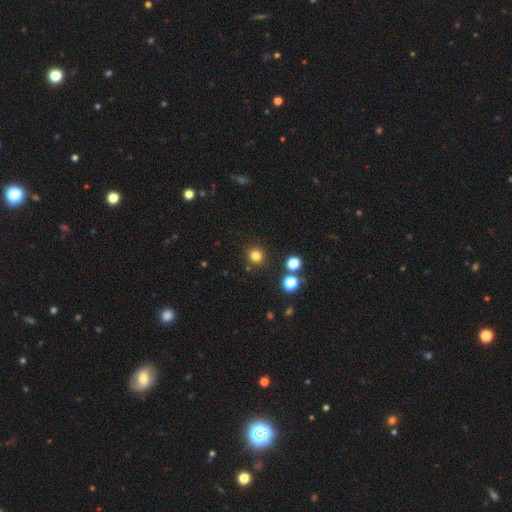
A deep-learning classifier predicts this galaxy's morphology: A smooth galaxy with no disk features (80%) that is round (91%). Merging: none (88%).